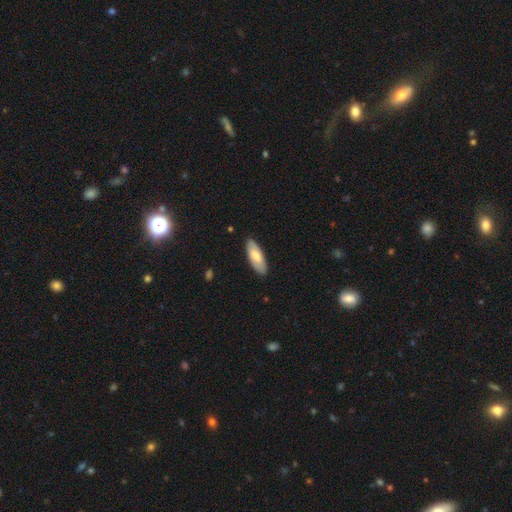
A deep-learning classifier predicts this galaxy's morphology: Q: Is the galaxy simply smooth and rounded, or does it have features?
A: smooth — 67%.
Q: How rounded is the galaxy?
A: in between — 74%.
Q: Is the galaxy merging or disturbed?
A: none — 87%.